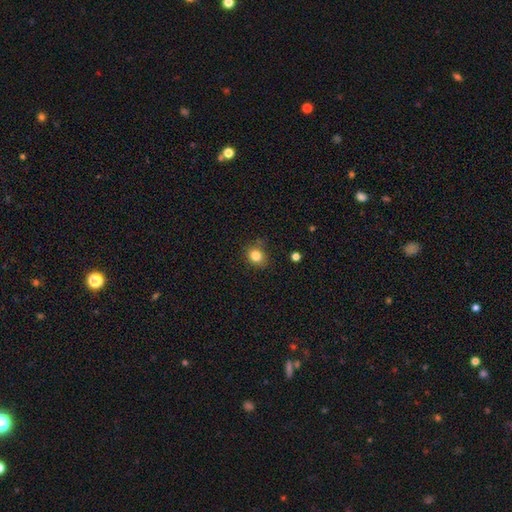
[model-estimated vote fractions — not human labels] smooth 83%, star or artifact 11%, featured or disk 6%. Down the decision tree: how rounded — round (65%); merging — none (78%).